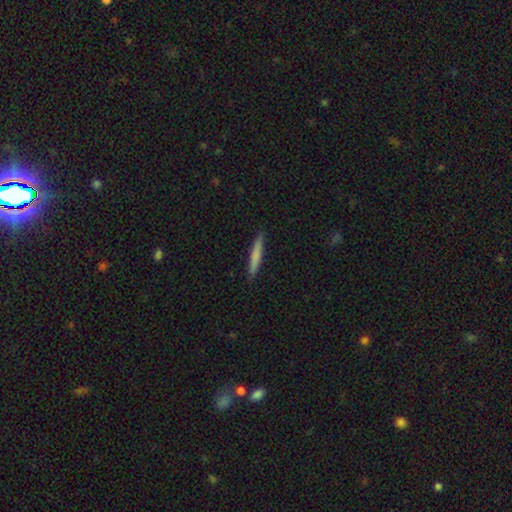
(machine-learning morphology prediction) A smooth galaxy with no disk features (71%) that is cigar-shaped (95%). Merging: none (91%).